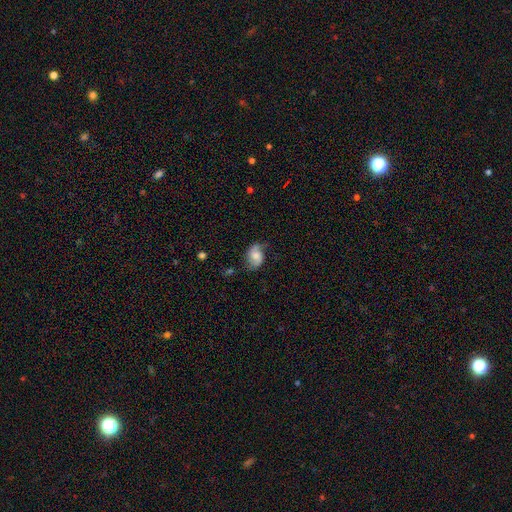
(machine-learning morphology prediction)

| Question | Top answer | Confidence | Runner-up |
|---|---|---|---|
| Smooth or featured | featured or disk | 48% | smooth (43%) |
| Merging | none | 56% | minor disturbance (29%) |